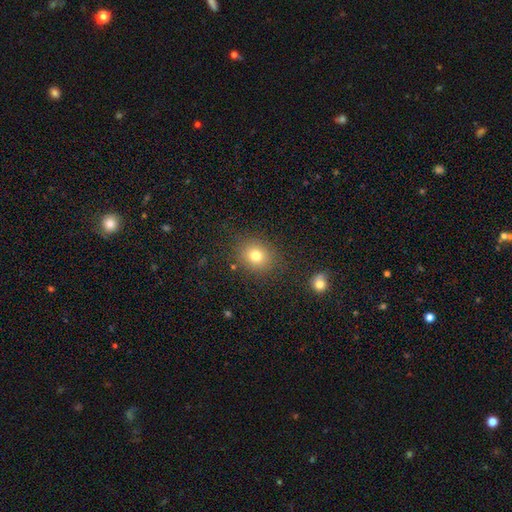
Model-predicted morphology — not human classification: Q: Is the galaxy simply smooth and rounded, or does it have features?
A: smooth — 77%.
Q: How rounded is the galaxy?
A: round — 75%.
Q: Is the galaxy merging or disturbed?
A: none — 84%.